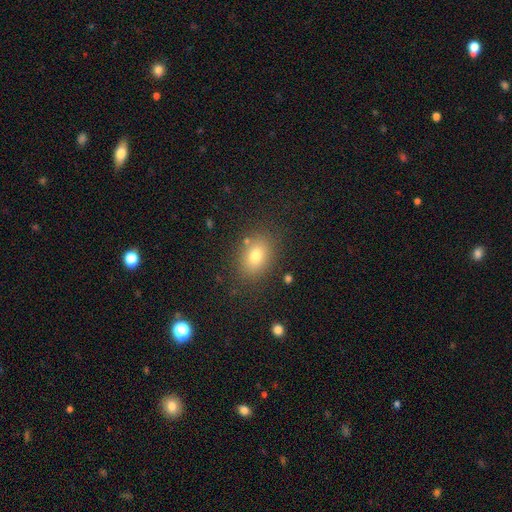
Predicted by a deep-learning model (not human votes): smooth-or-featured: smooth: 78% | star or artifact: 12% | featured or disk: 10%
  how-rounded: in between: 74% | round: 25% | cigar-shaped: 1%
  merging: none: 82% | minor disturbance: 11% | major disturbance: 4% | merger: 3%